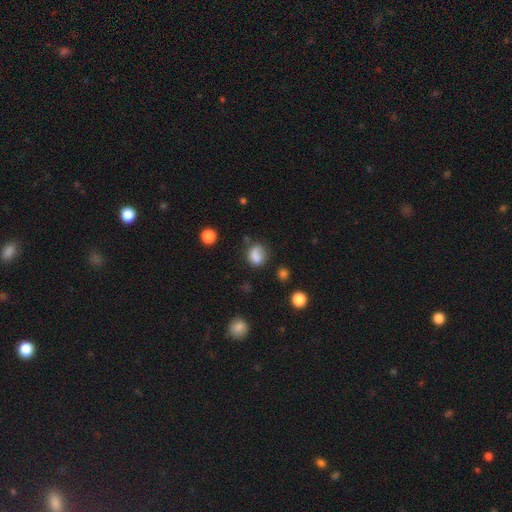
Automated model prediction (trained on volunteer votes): Morphology: type=smooth (78%); roundness=round (61%); merging=none (54%).